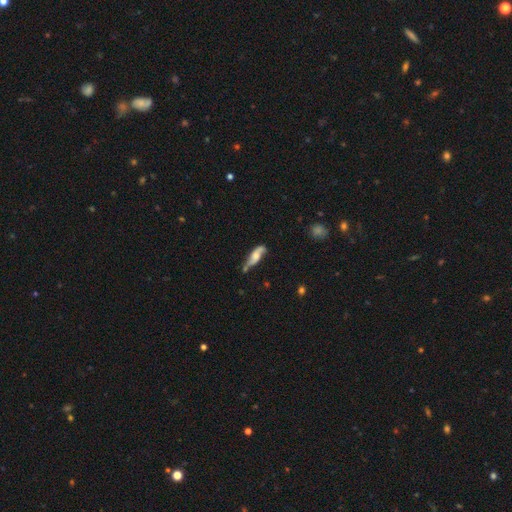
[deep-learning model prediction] Smooth or featured?
  - featured or disk: 56% *
  - smooth: 36%
  - star or artifact: 7%
Edge-on disk?
  - no: 72% *
  - yes: 28%
Merging?
  - none: 53% *
  - minor disturbance: 28%
  - major disturbance: 10%
  - merger: 9%